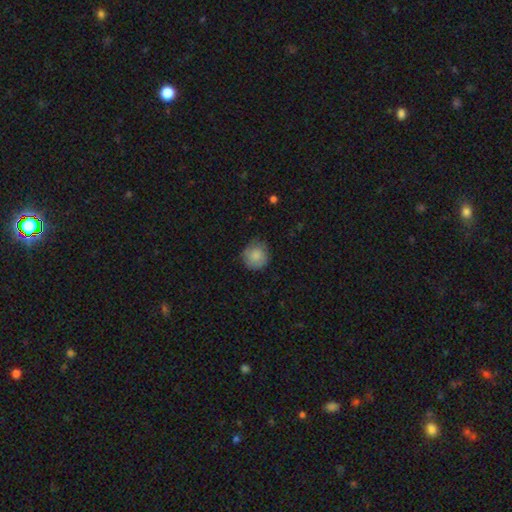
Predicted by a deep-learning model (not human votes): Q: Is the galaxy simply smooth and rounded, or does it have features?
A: smooth — 81%.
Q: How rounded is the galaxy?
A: round — 91%.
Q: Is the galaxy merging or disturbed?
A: none — 76%.